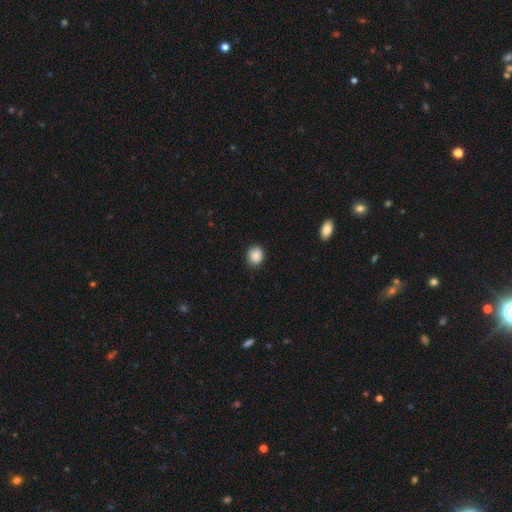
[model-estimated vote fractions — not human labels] A smooth galaxy with no disk features (88%) that is round (71%). Merging: none (87%).